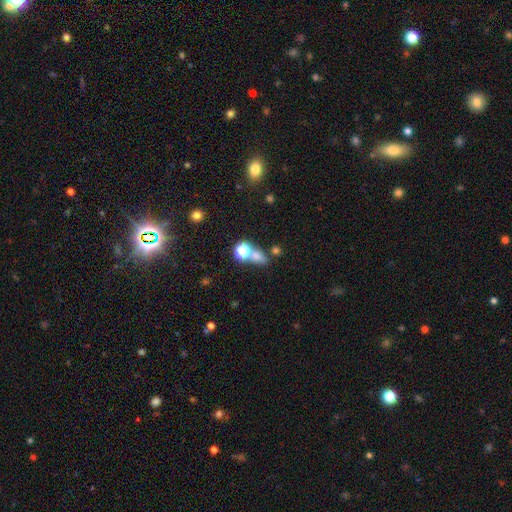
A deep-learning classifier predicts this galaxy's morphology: smooth-or-featured: smooth: 65% | star or artifact: 23% | featured or disk: 12%
  how-rounded: in between: 48% | round: 47% | cigar-shaped: 6%
  merging: none: 45% | merger: 37% | minor disturbance: 11% | major disturbance: 7%